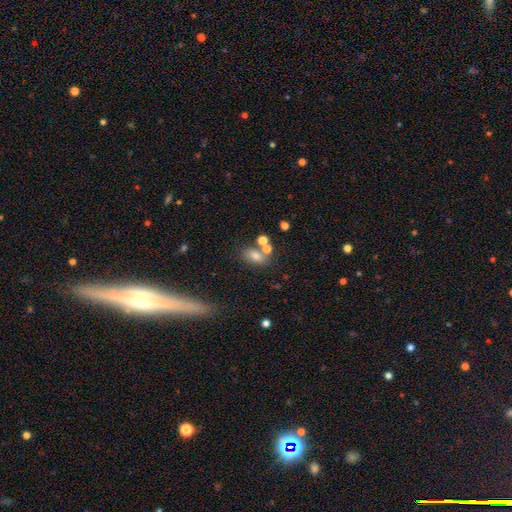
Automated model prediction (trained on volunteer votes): smooth-or-featured: smooth: 70% | star or artifact: 15% | featured or disk: 14%
  how-rounded: in between: 78% | round: 17% | cigar-shaped: 5%
  merging: none: 57% | merger: 23% | minor disturbance: 13% | major disturbance: 6%